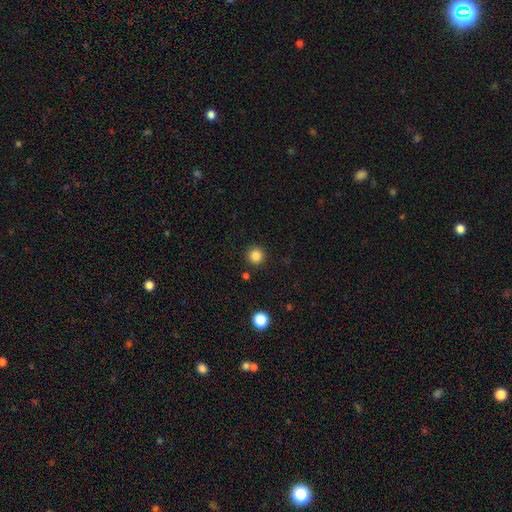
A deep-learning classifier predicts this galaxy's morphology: Smooth or featured? smooth (84%)
How rounded? round (95%)
Merging? none (91%)